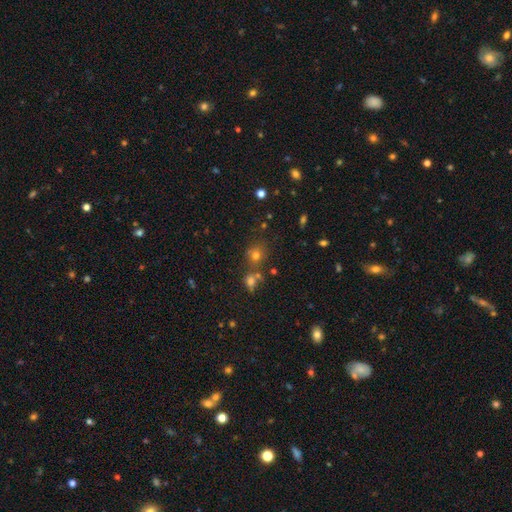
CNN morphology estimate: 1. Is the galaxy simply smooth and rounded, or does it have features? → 60% smooth, 31% star or artifact, 10% featured or disk.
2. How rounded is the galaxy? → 83% round, 16% in between, 1% cigar-shaped.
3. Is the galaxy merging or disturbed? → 66% none, 22% merger, 9% minor disturbance, 4% major disturbance.